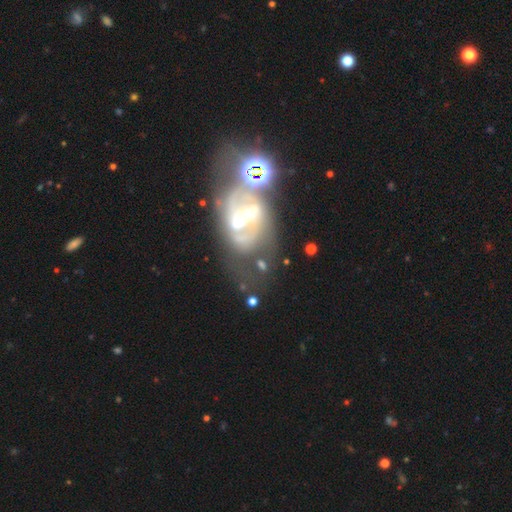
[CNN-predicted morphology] Q: Smooth or featured?
A: featured or disk (73%); runner-up: star or artifact (15%)
Q: Edge-on disk?
A: no (90%); runner-up: yes (10%)
Q: Bar?
A: strong (47%); runner-up: weak (30%)
Q: Spiral arms?
A: yes (59%); runner-up: no (41%)
Q: Bulge size?
A: small (49%); runner-up: moderate (27%)
Q: Merging?
A: none (48%); runner-up: major disturbance (20%)